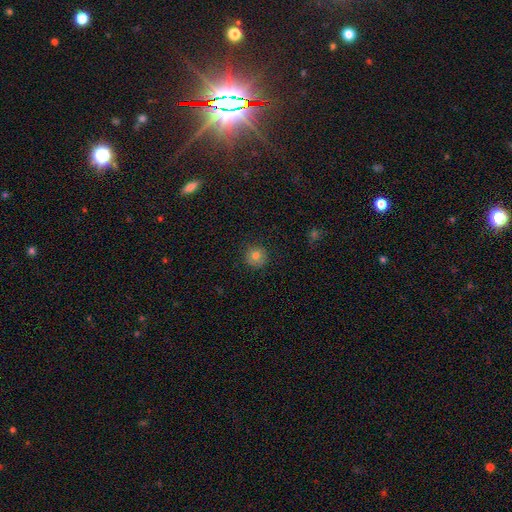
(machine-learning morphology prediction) smooth 79%, star or artifact 12%, featured or disk 10%. Down the decision tree: how rounded — round (93%); merging — none (87%).